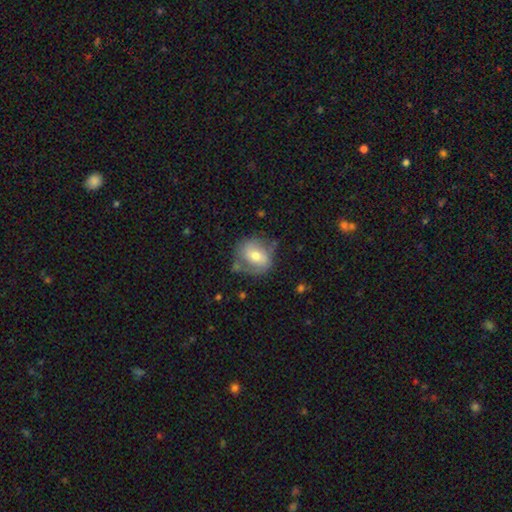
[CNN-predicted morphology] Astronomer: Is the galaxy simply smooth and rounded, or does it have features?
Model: smooth — 50% (runner-up: featured or disk, 43%).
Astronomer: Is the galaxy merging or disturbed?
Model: none — 61%.